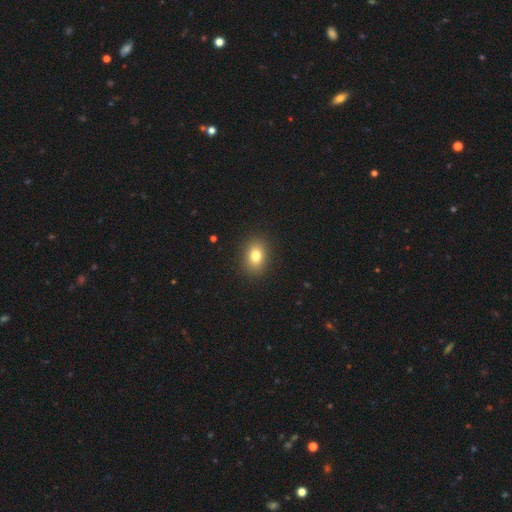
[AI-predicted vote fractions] smooth_or_featured: smooth (p=0.80) [alt: star or artifact p=0.11]
how_rounded: in between (p=0.70) [alt: round p=0.29]
merging: none (p=0.89) [alt: minor disturbance p=0.07]